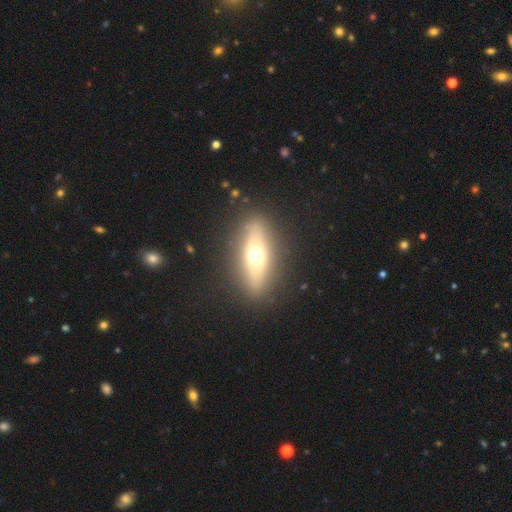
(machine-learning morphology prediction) A smooth galaxy with no disk features (48%).

Vote fractions:
- Smooth or featured? smooth: 48% / featured or disk: 45% / star or artifact: 7%
- Merging? none: 86% / minor disturbance: 9% / major disturbance: 3% / merger: 1%